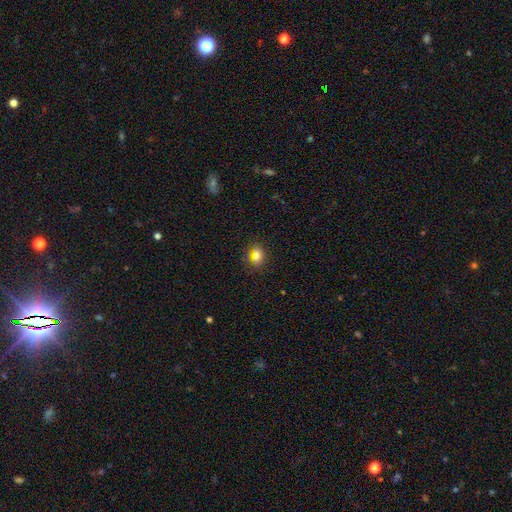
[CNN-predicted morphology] Q: Smooth or featured?
A: smooth (74%); runner-up: star or artifact (17%)
Q: How rounded?
A: in between (55%); runner-up: round (41%)
Q: Merging?
A: none (83%); runner-up: minor disturbance (12%)